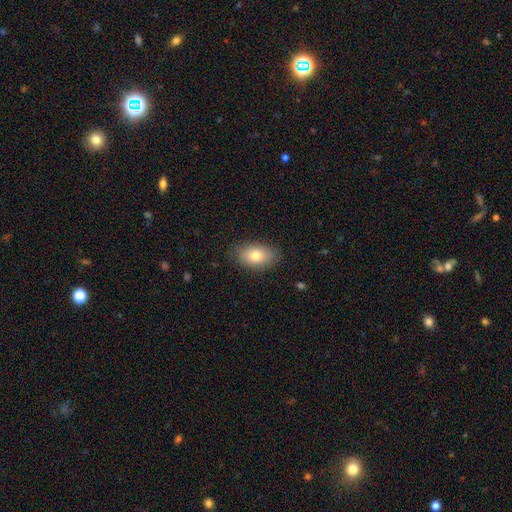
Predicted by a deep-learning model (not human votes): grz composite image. It shows a smooth galaxy with no disk features (77%) that is in between round and cigar-shaped (88%). Merging: none (83%).